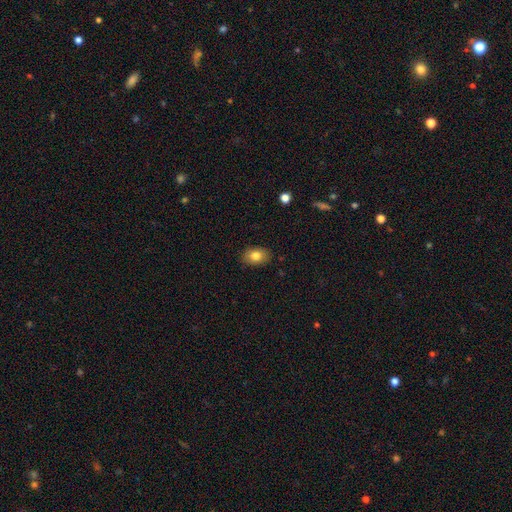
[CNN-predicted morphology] A smooth galaxy with no disk features (81%) that is in between round and cigar-shaped (79%).

Vote fractions:
- Smooth or featured? smooth: 81% / featured or disk: 10% / star or artifact: 9%
- How rounded? in between: 79% / round: 20% / cigar-shaped: 1%
- Merging? none: 87% / minor disturbance: 10% / major disturbance: 2% / merger: 1%